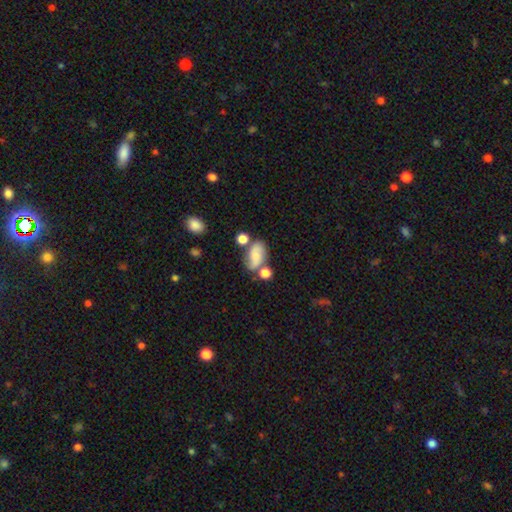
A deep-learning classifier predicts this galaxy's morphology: smooth 47%, featured or disk 43%, star or artifact 10%. Down the decision tree: merging — none (47%).